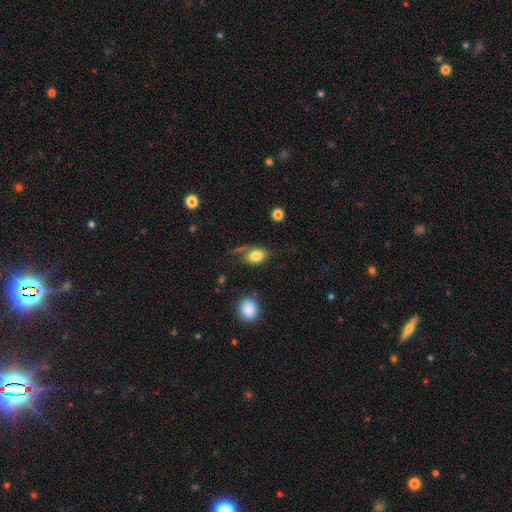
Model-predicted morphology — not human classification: A smooth galaxy with no disk features (80%) that is in between round and cigar-shaped (82%).

Vote fractions:
- Smooth or featured? smooth: 80% / featured or disk: 11% / star or artifact: 9%
- How rounded? in between: 82% / round: 16% / cigar-shaped: 2%
- Merging? none: 60% / minor disturbance: 23% / major disturbance: 11% / merger: 6%